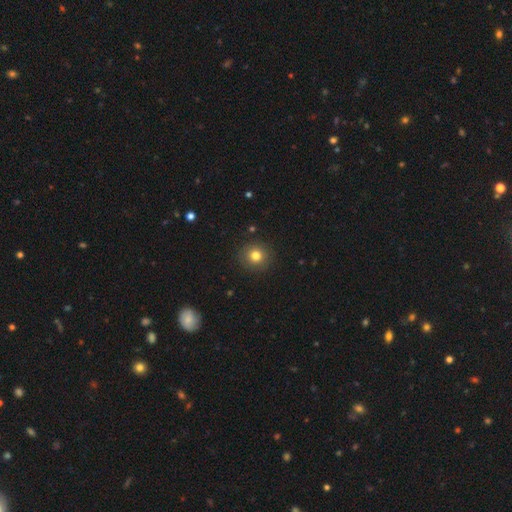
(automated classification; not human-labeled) This appears to be a smooth galaxy with no disk features (79%) that is round (92%). Merging: none (91%).